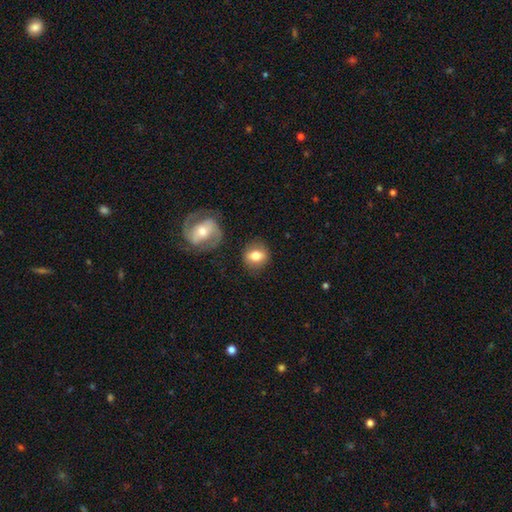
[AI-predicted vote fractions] This appears to be a smooth galaxy with no disk features (71%) that is round (58%). Merging: none (79%).